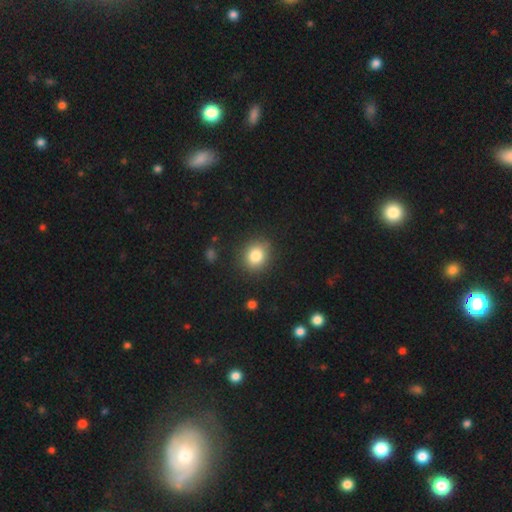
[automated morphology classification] Smooth or featured? smooth (82%)
How rounded? round (72%)
Merging? none (87%)